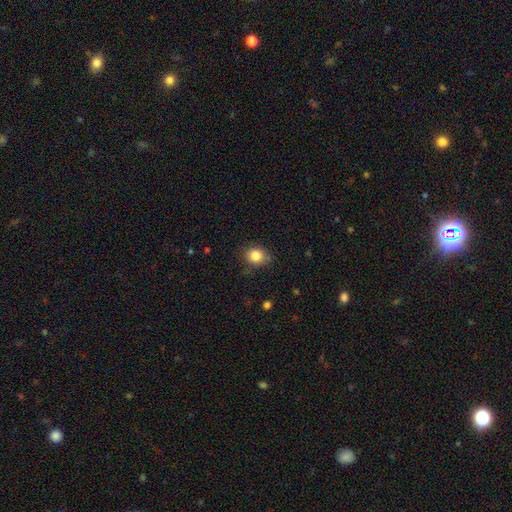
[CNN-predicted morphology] Smooth or featured? Predicted: smooth (p=0.83). How rounded? Predicted: round (p=0.67). Merging? Predicted: none (p=0.78).